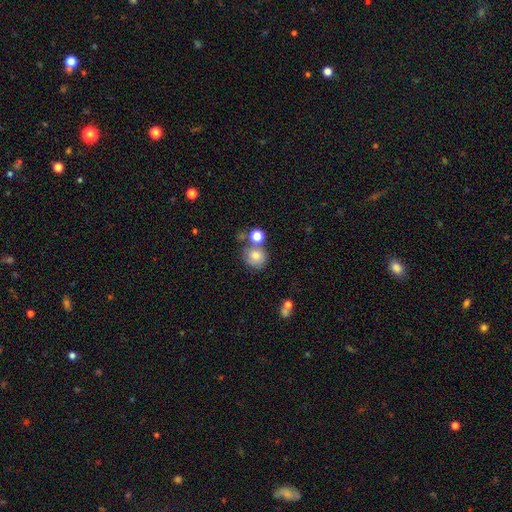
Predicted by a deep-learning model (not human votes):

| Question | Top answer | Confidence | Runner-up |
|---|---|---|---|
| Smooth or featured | smooth | 75% | featured or disk (14%) |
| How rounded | round | 80% | in between (19%) |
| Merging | none | 53% | merger (24%) |